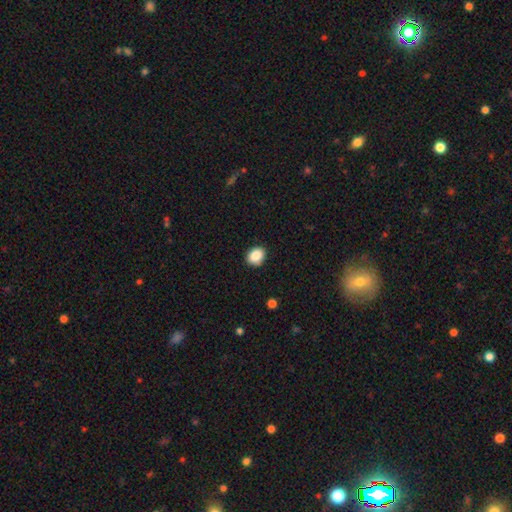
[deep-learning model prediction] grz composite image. It shows a smooth galaxy with no disk features (88%) that is in between round and cigar-shaped (51%). Merging: none (86%).